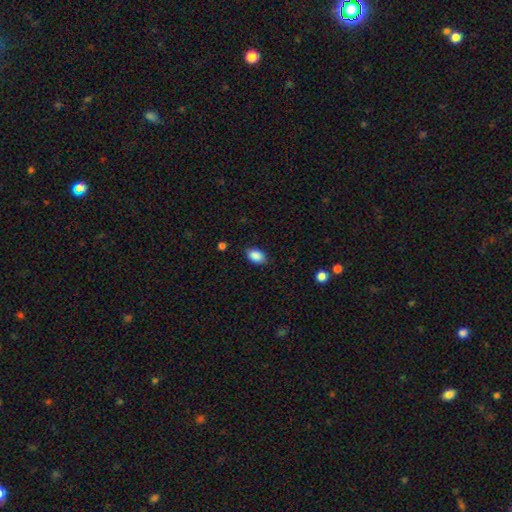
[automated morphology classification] Q: Smooth or featured?
A: smooth (89%); runner-up: star or artifact (8%)
Q: How rounded?
A: in between (89%); runner-up: round (10%)
Q: Merging?
A: none (84%); runner-up: minor disturbance (12%)